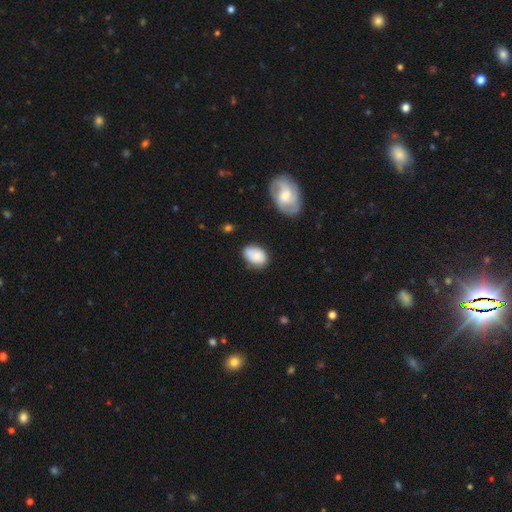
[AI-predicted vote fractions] Morphology: type=smooth (79%); roundness=in between (83%); merging=none (63%).